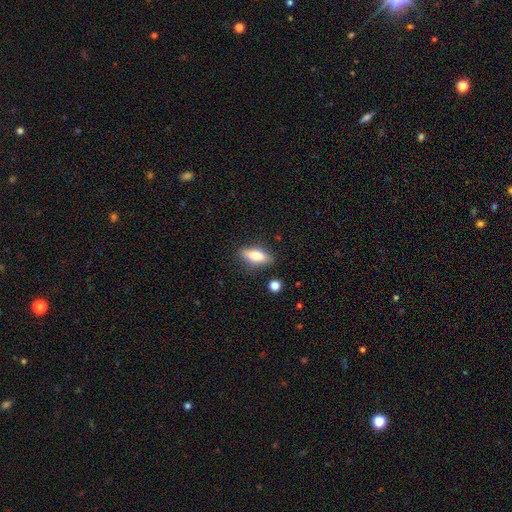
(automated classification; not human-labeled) Smooth or featured?
  - smooth: 78% *
  - featured or disk: 15%
  - star or artifact: 7%
How rounded?
  - in between: 70% *
  - cigar-shaped: 27%
  - round: 3%
Merging?
  - none: 82% *
  - minor disturbance: 13%
  - major disturbance: 3%
  - merger: 2%